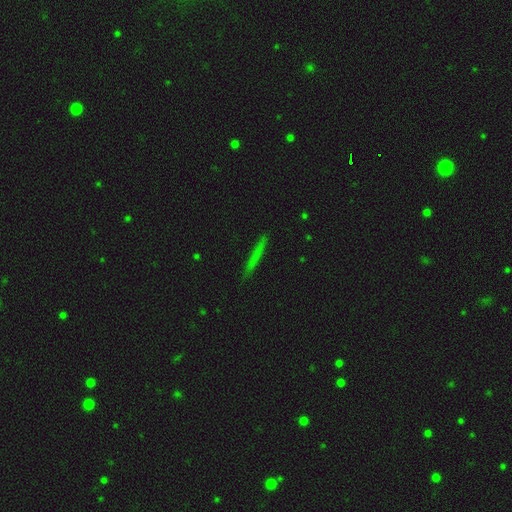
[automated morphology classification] This is possibly a smooth galaxy (59%). How rounded: clearly cigar-shaped (95%). Merging: clearly none (88%).